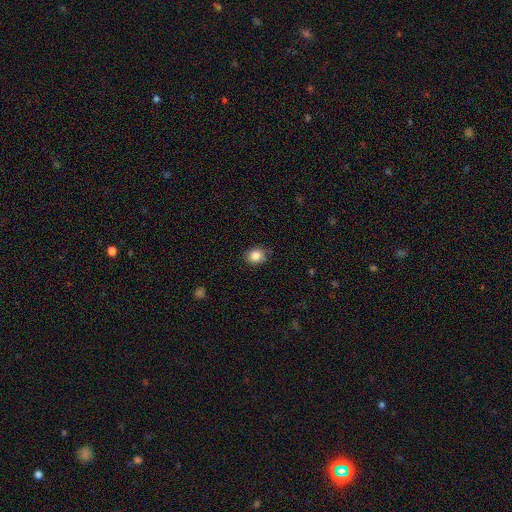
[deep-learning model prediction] smooth-or-featured: smooth: 85% | star or artifact: 10% | featured or disk: 6%
  how-rounded: round: 63% | in between: 36% | cigar-shaped: 1%
  merging: none: 81% | minor disturbance: 15% | major disturbance: 3% | merger: 1%